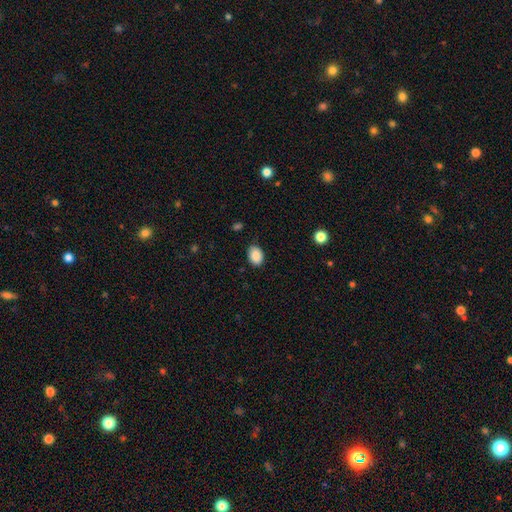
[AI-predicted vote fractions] Q: Smooth or featured?
A: smooth (89%); runner-up: star or artifact (8%)
Q: How rounded?
A: in between (75%); runner-up: round (24%)
Q: Merging?
A: none (81%); runner-up: minor disturbance (15%)